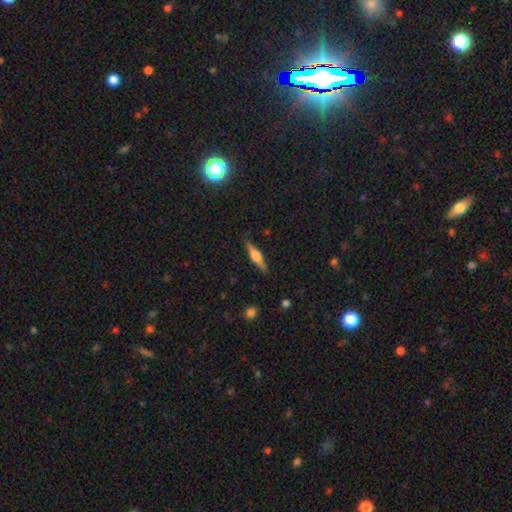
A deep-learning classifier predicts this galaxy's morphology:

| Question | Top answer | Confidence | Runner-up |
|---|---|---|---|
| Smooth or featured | featured or disk | 67% | smooth (27%) |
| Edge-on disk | yes | 97% | no (3%) |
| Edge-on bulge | rounded | 87% | boxy (10%) |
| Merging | none | 89% | minor disturbance (8%) |